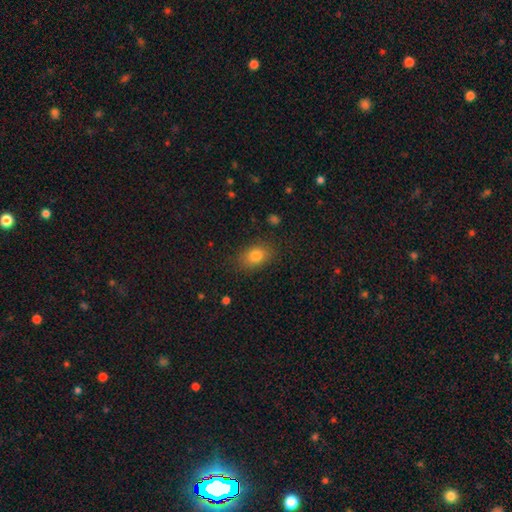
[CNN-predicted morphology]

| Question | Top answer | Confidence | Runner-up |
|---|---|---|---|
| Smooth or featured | smooth | 82% | star or artifact (10%) |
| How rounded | in between | 79% | round (19%) |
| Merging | none | 84% | minor disturbance (12%) |